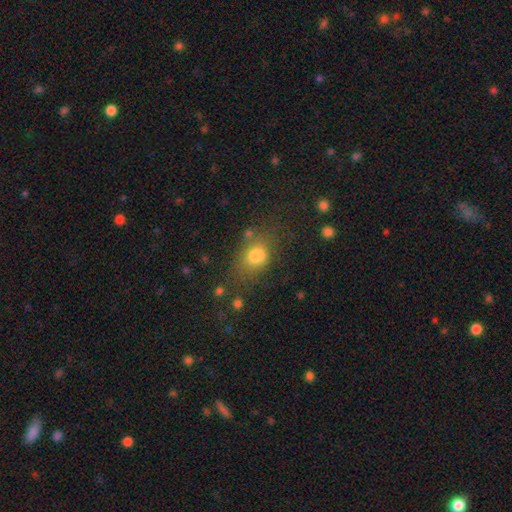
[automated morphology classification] This is likely a smooth galaxy (76%). How rounded: possibly in between (56%). Merging: likely none (60%).